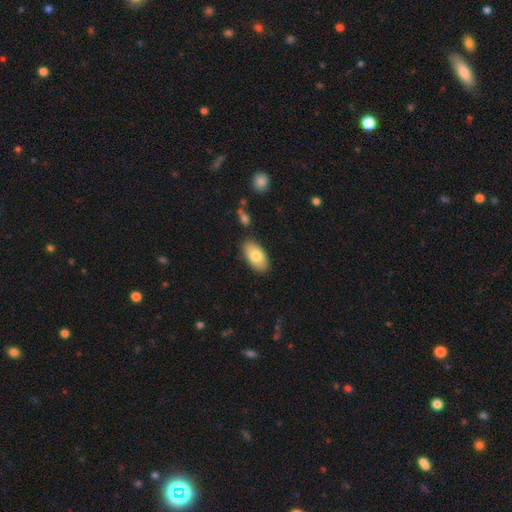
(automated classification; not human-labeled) smooth_or_featured: smooth (p=0.78) [alt: featured or disk p=0.16]
how_rounded: in between (p=0.94) [alt: round p=0.03]
merging: none (p=0.84) [alt: minor disturbance p=0.10]